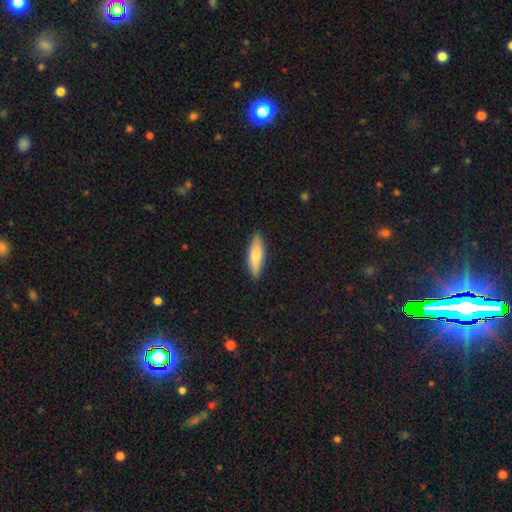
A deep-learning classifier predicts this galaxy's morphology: A smooth galaxy with no disk features (73%) that is cigar-shaped (55%). Merging: none (88%).